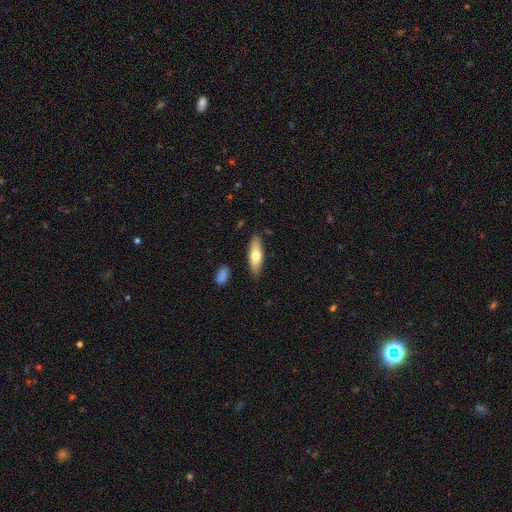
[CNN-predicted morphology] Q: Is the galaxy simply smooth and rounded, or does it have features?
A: smooth — 67%.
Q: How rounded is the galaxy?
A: in between — 54%.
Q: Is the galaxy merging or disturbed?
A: none — 86%.